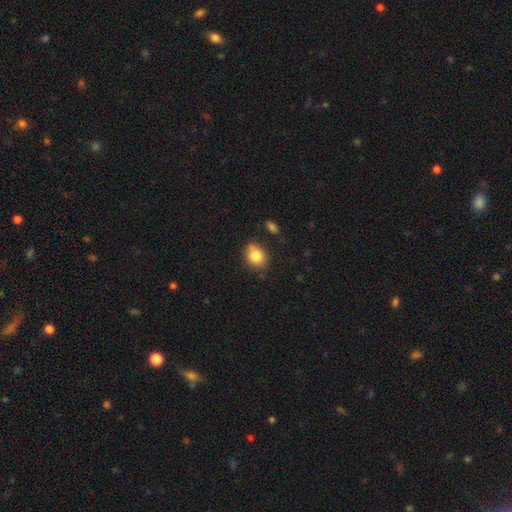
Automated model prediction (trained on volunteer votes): Smooth or featured? Predicted: smooth (p=0.83). How rounded? Predicted: in between (p=0.53). Merging? Predicted: none (p=0.76).